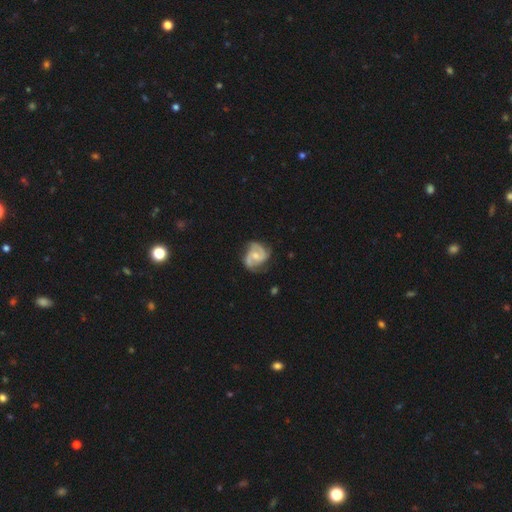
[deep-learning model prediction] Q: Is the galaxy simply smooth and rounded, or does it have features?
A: featured or disk — 86%.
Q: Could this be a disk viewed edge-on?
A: no — 98%.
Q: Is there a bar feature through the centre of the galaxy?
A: weak — 46%.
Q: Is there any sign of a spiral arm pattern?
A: yes — 97%.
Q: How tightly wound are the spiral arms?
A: medium — 54%.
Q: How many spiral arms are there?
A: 2 — 79%.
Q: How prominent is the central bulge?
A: moderate — 46%.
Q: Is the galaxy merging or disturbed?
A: none — 70%.